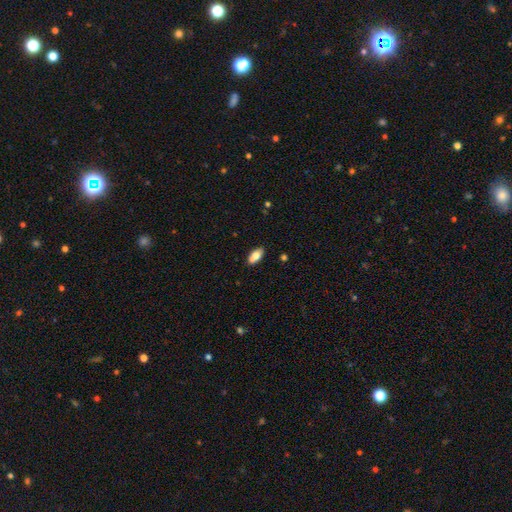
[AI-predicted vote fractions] Smooth or featured? smooth (74%)
How rounded? in between (88%)
Merging? none (81%)